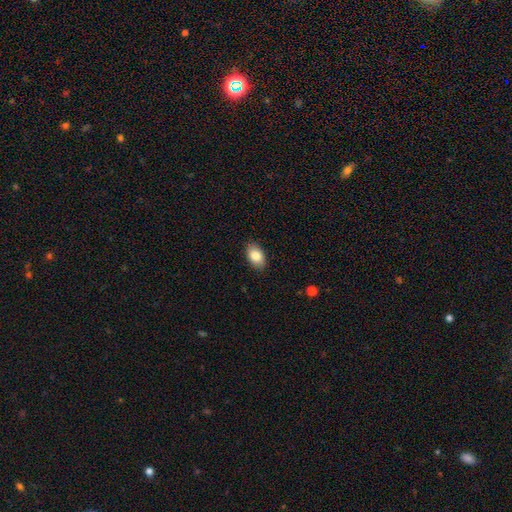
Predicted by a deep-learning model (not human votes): Morphology: type=smooth (85%); roundness=in between (87%); merging=none (88%).